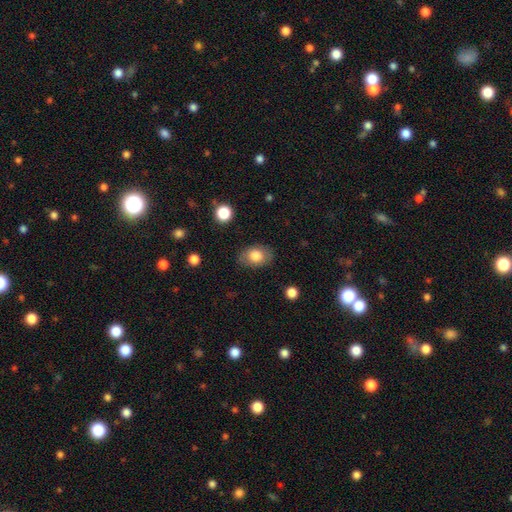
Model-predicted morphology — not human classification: Smooth or featured? Predicted: smooth (p=0.79). How rounded? Predicted: in between (p=0.76). Merging? Predicted: none (p=0.80).